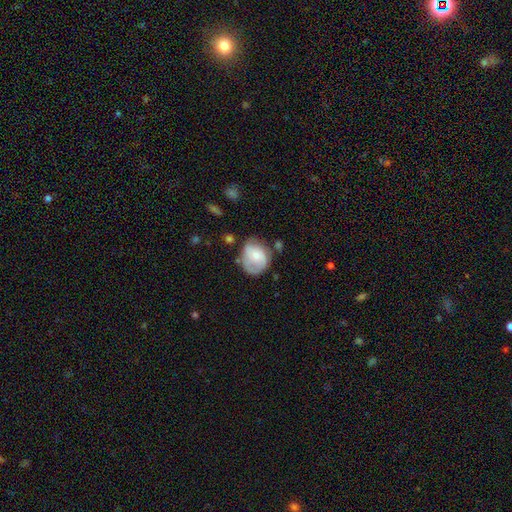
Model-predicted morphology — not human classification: smooth 54%, featured or disk 39%, star or artifact 7%. Down the decision tree: how rounded — round (58%); merging — none (45%).